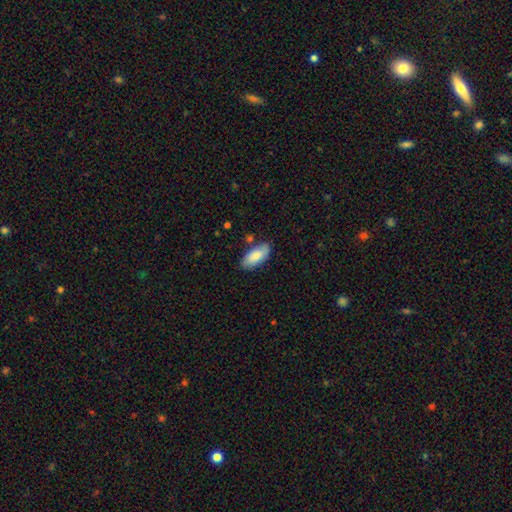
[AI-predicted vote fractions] Smooth or featured? smooth (81%)
How rounded? in between (91%)
Merging? none (76%)